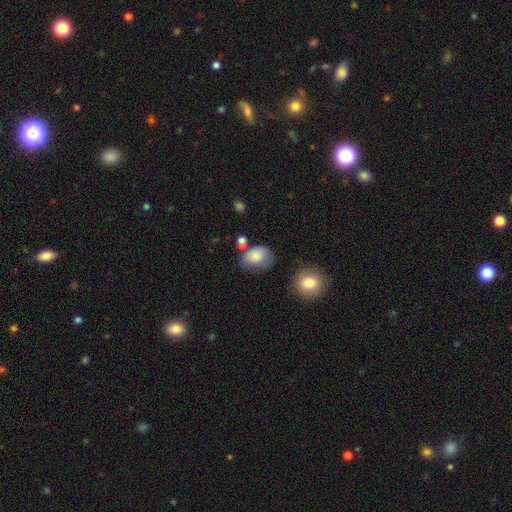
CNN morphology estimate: smooth_or_featured: smooth (p=0.81) [alt: featured or disk p=0.11]
how_rounded: in between (p=0.64) [alt: round p=0.35]
merging: none (p=0.42) [alt: minor disturbance p=0.32]